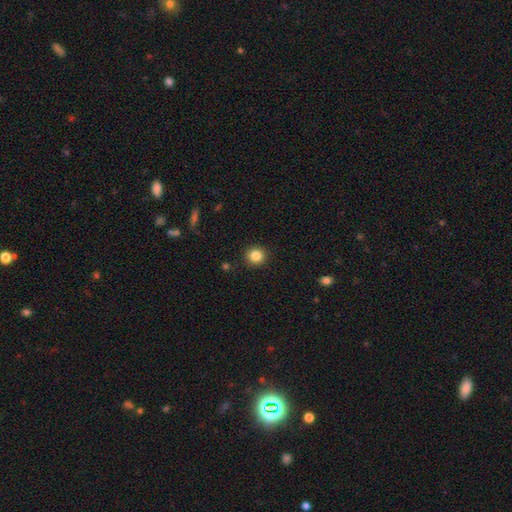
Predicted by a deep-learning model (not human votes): Smooth or featured? Predicted: smooth (p=0.85). How rounded? Predicted: round (p=0.91). Merging? Predicted: none (p=0.91).